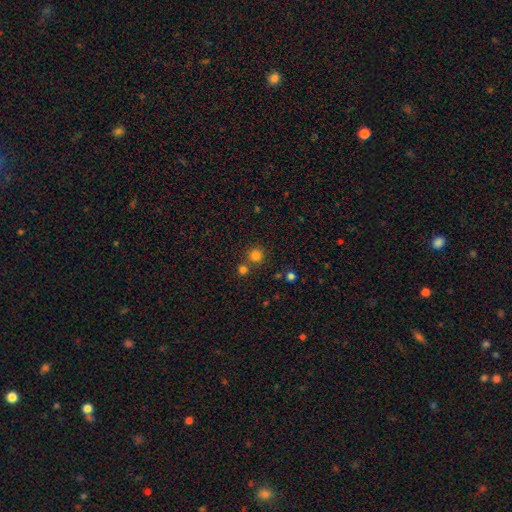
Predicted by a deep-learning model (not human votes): smooth 79%, star or artifact 16%, featured or disk 5%. Down the decision tree: how rounded — round (93%); merging — none (75%).